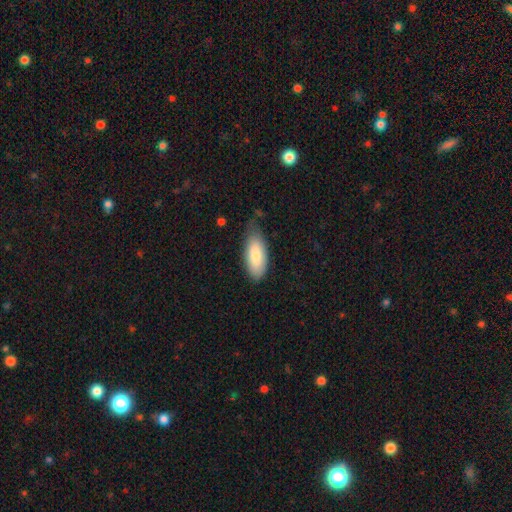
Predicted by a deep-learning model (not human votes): Overall: smooth (80%). How rounded: in between (86%). Merging: none (61%; minor disturbance 30%).